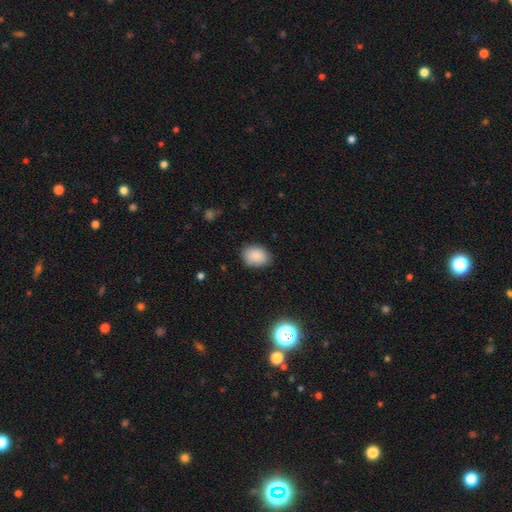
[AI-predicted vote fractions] The model was most divided on "how rounded": in between: 71%, round: 28%, cigar-shaped: 1%. More confident: smooth or featured — smooth (88%); merging — none (84%).